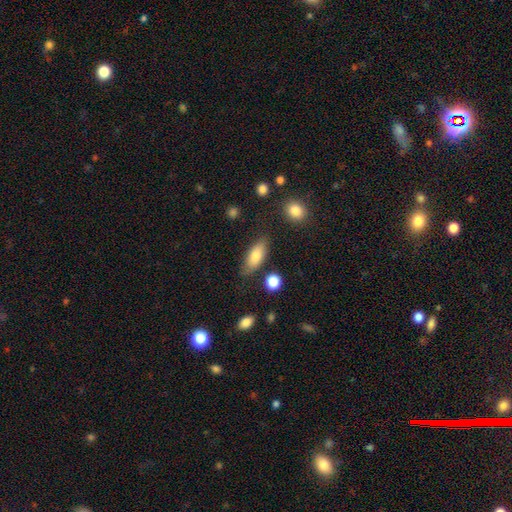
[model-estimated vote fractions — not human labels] smooth_or_featured: smooth (p=0.77) [alt: featured or disk p=0.16]
how_rounded: in between (p=0.80) [alt: cigar-shaped p=0.17]
merging: none (p=0.75) [alt: minor disturbance p=0.17]